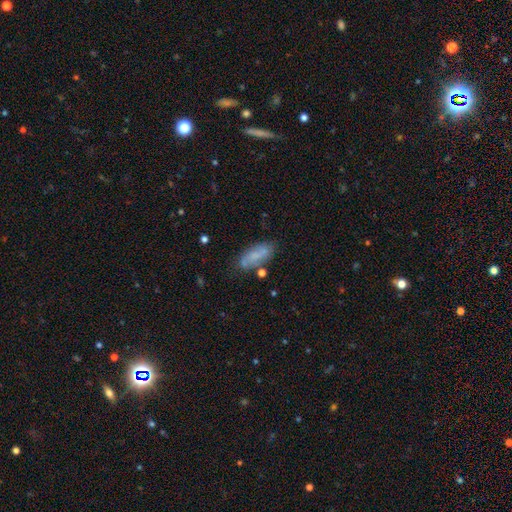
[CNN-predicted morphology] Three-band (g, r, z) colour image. It shows a smooth galaxy with no disk features (62%) that is in between round and cigar-shaped (71%). Merging: none (68%).